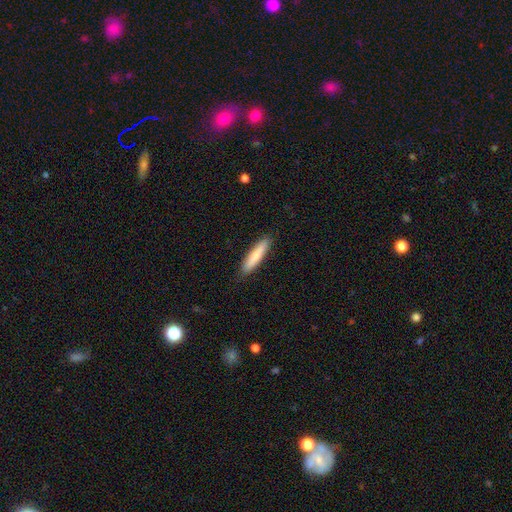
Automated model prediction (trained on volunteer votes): Q: Smooth or featured?
A: smooth (78%); runner-up: featured or disk (17%)
Q: How rounded?
A: cigar-shaped (85%); runner-up: in between (13%)
Q: Merging?
A: none (89%); runner-up: minor disturbance (9%)